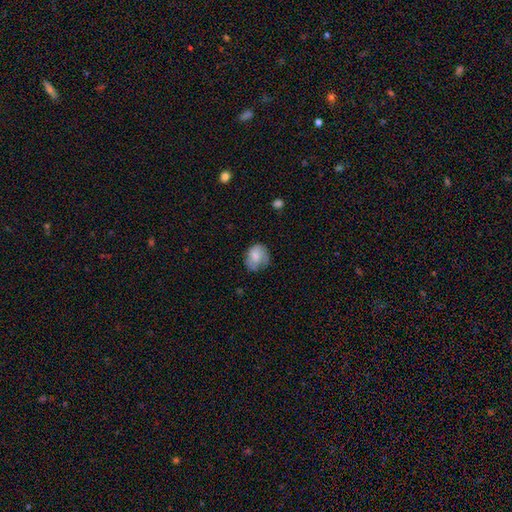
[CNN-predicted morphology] Smooth or featured? smooth (71%)
How rounded? round (55%)
Merging? none (56%)